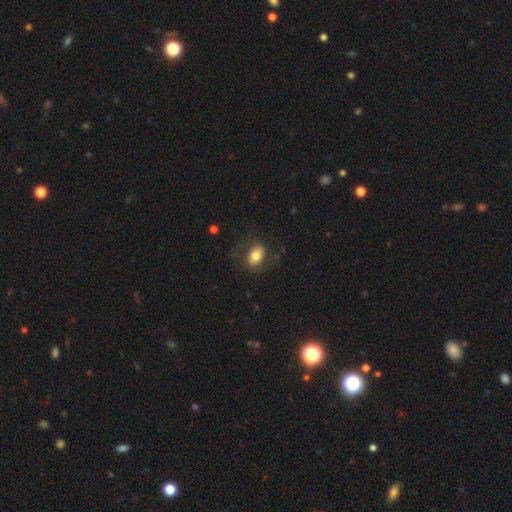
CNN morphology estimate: A smooth galaxy with no disk features (77%) that is in between round and cigar-shaped (83%).

Vote fractions:
- Smooth or featured? smooth: 77% / featured or disk: 14% / star or artifact: 8%
- How rounded? in between: 83% / round: 15% / cigar-shaped: 2%
- Merging? none: 76% / minor disturbance: 15% / major disturbance: 8% / merger: 1%